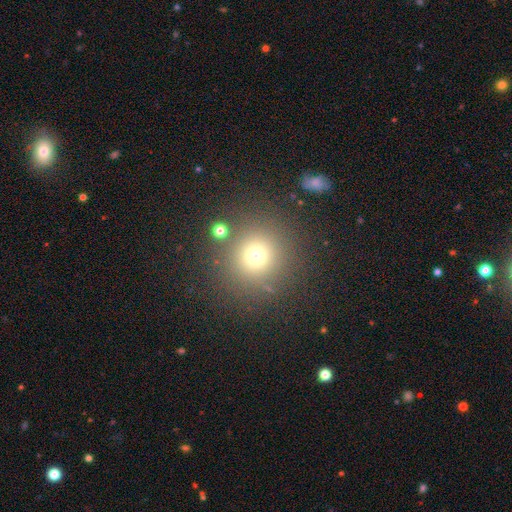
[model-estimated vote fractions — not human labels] Q: Smooth or featured?
A: smooth (70%); runner-up: star or artifact (20%)
Q: How rounded?
A: round (94%); runner-up: in between (5%)
Q: Merging?
A: none (84%); runner-up: minor disturbance (7%)